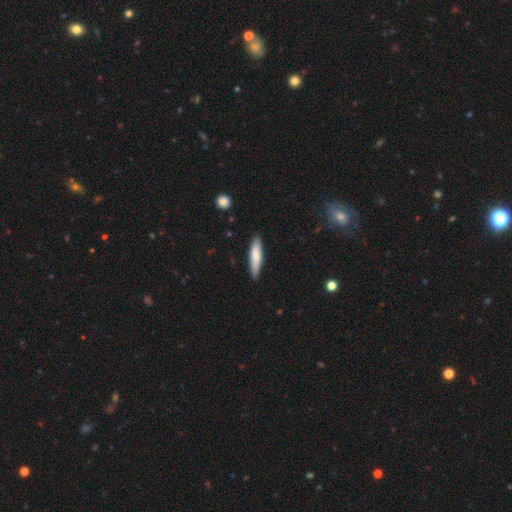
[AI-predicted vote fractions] Morphology: type=smooth (76%); roundness=cigar-shaped (79%); merging=none (87%).